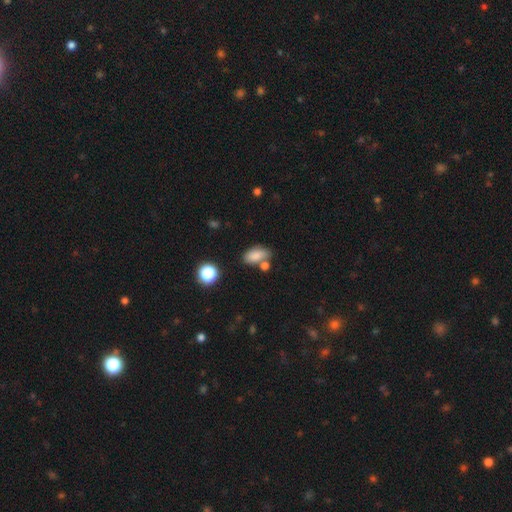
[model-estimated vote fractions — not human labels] Q: Smooth or featured?
A: smooth (83%); runner-up: star or artifact (10%)
Q: How rounded?
A: in between (88%); runner-up: round (7%)
Q: Merging?
A: none (60%); runner-up: merger (19%)